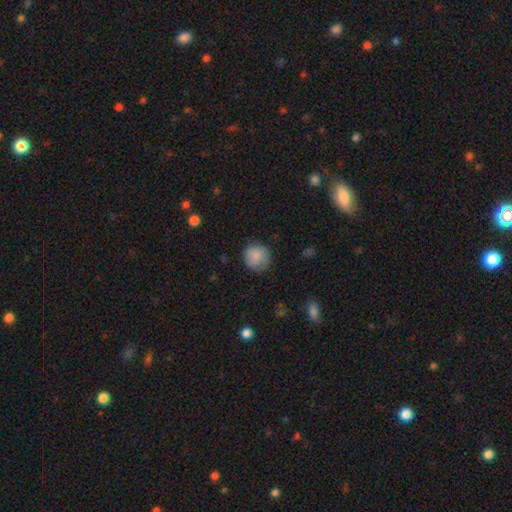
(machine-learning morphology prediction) This is clearly a smooth galaxy (85%). How rounded: clearly round (88%). Merging: likely none (72%).